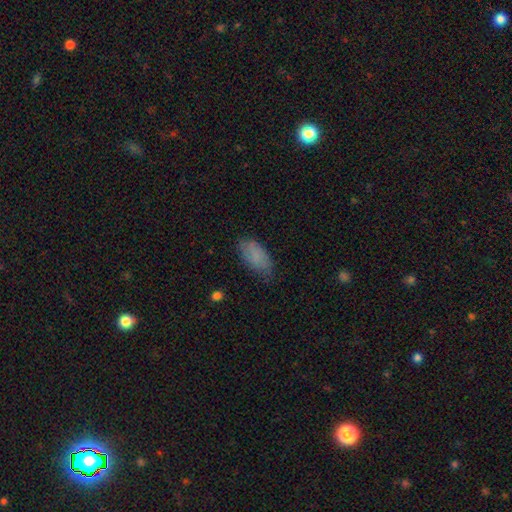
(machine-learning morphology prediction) type=smooth (83%); roundness=in between (91%); merging=none (71%).